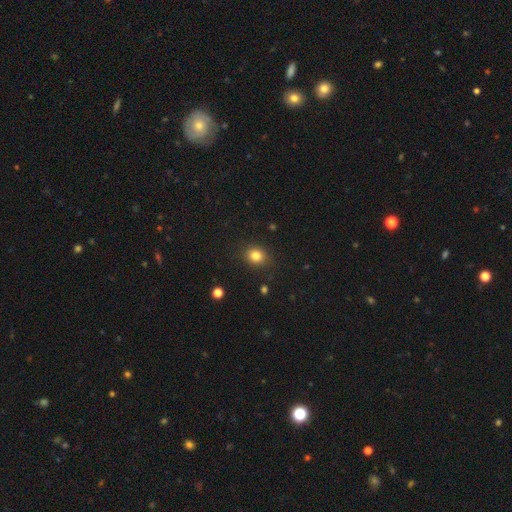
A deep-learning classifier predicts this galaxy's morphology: type=smooth (83%); roundness=round (68%); merging=none (87%).